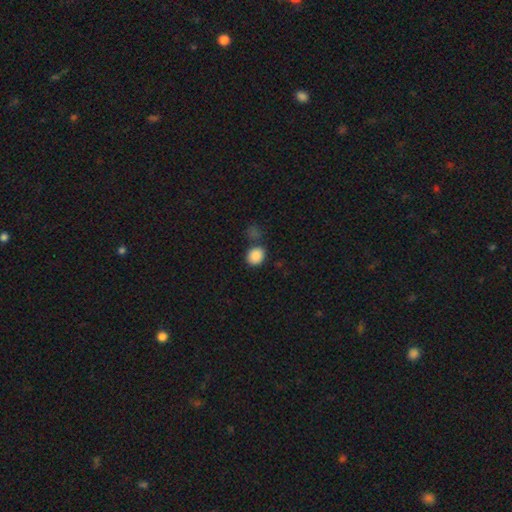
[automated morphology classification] Smooth or featured?
  - smooth: 87% *
  - star or artifact: 9%
  - featured or disk: 4%
How rounded?
  - round: 66% *
  - in between: 33%
  - cigar-shaped: 1%
Merging?
  - none: 70% *
  - merger: 13%
  - minor disturbance: 12%
  - major disturbance: 4%